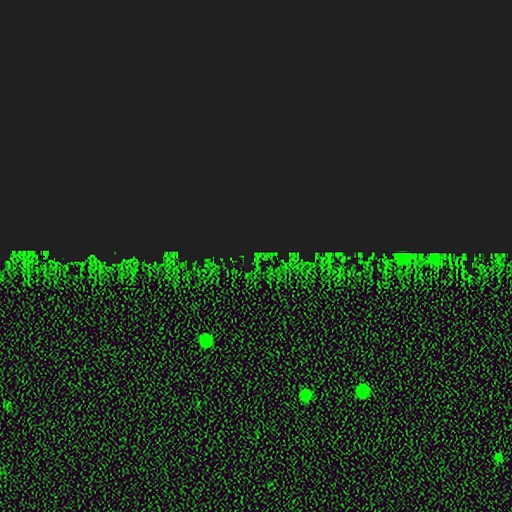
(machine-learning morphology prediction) Smooth or featured? star or artifact (86%)